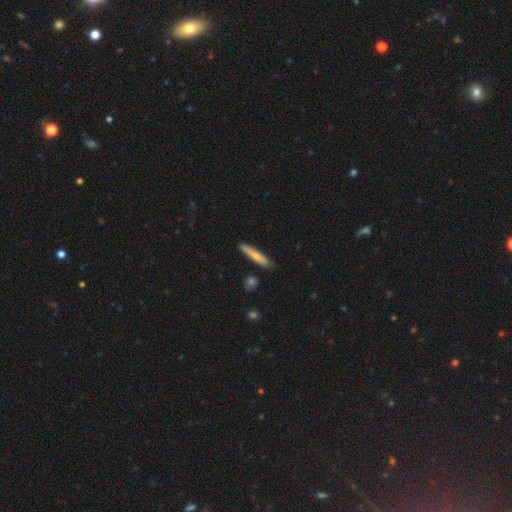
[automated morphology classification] The model was most divided on "smooth or featured": smooth: 75%, featured or disk: 20%, star or artifact: 5%. More confident: how rounded — cigar-shaped (92%); merging — none (83%).